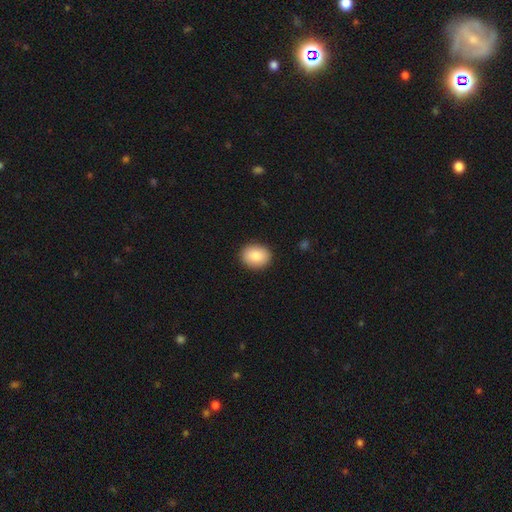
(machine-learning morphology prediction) Smooth or featured? Predicted: smooth (p=0.85). How rounded? Predicted: round (p=0.54). Merging? Predicted: none (p=0.91).